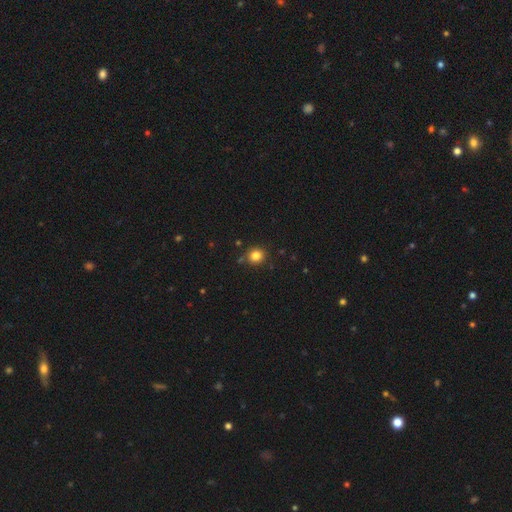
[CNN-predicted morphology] Q: Smooth or featured?
A: smooth (83%); runner-up: star or artifact (12%)
Q: How rounded?
A: round (85%); runner-up: in between (14%)
Q: Merging?
A: none (83%); runner-up: minor disturbance (10%)